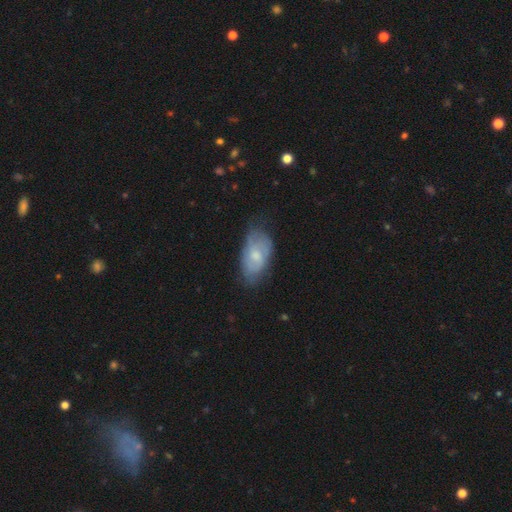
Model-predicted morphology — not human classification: Smooth or featured?
  - smooth: 55% *
  - featured or disk: 38%
  - star or artifact: 7%
How rounded?
  - in between: 92% *
  - round: 4%
  - cigar-shaped: 3%
Merging?
  - none: 58% *
  - minor disturbance: 31%
  - major disturbance: 10%
  - merger: 2%